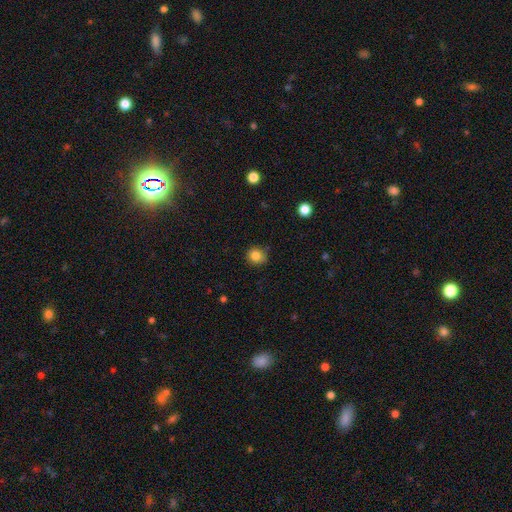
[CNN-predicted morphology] Overall: smooth (83%). How rounded: round (86%). Merging: none (80%).